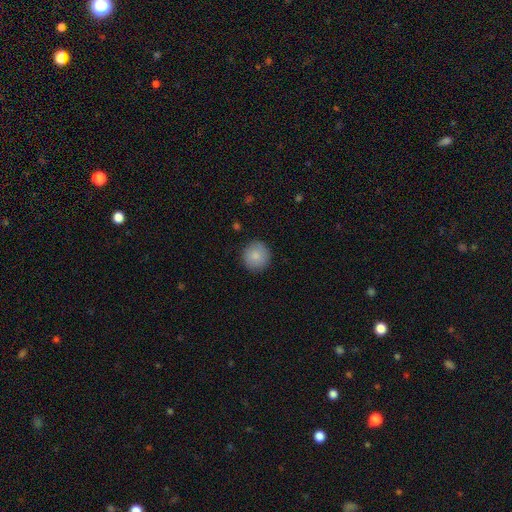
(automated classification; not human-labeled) smooth 87%, star or artifact 7%, featured or disk 6%. Down the decision tree: how rounded — round (94%); merging — none (89%).